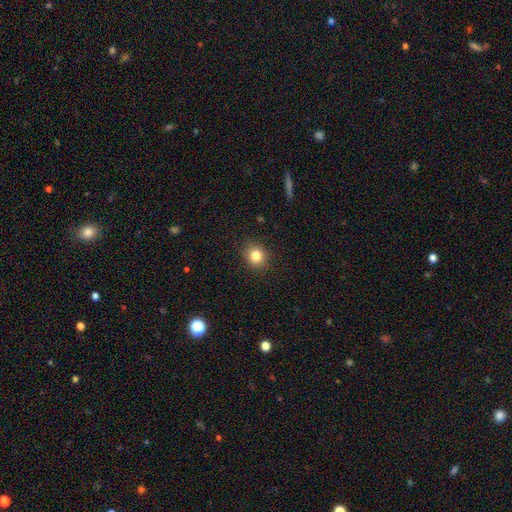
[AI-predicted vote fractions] smooth-or-featured: smooth: 83% | star or artifact: 11% | featured or disk: 6%
  how-rounded: round: 76% | in between: 23% | cigar-shaped: 1%
  merging: none: 90% | minor disturbance: 7% | major disturbance: 2% | merger: 1%